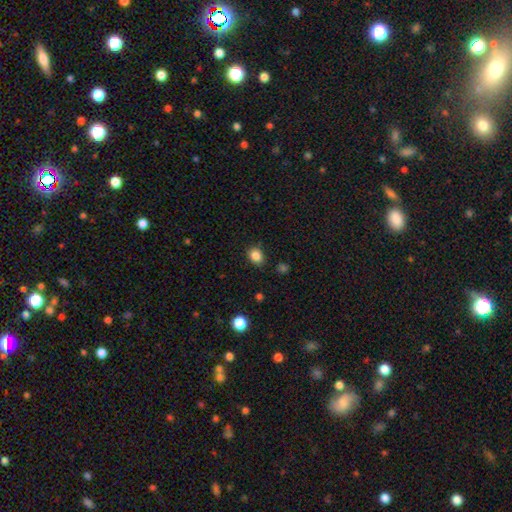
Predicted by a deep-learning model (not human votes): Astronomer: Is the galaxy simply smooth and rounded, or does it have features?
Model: smooth — 85%.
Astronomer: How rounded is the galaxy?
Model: round — 51% (runner-up: in between, 48%).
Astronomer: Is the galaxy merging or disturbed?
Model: none — 84%.